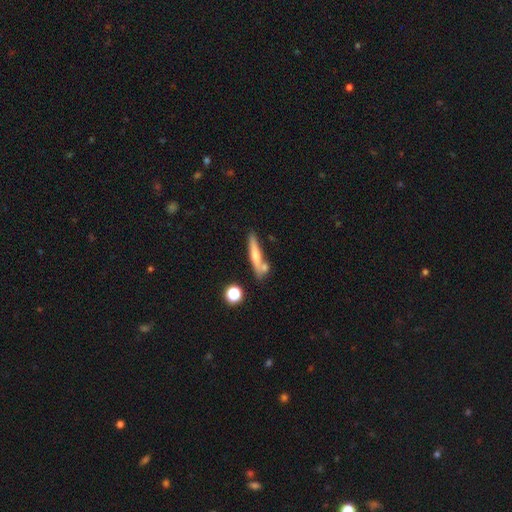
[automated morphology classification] Smooth or featured? smooth (53%)
How rounded? cigar-shaped (87%)
Merging? none (63%)